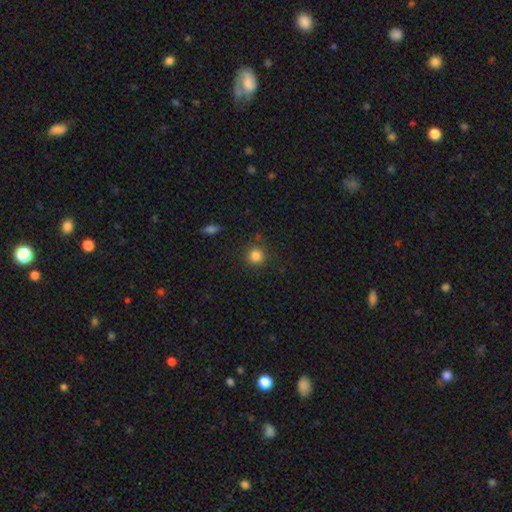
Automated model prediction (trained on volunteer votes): A smooth galaxy with no disk features (84%) that is round (93%). Merging: none (87%).